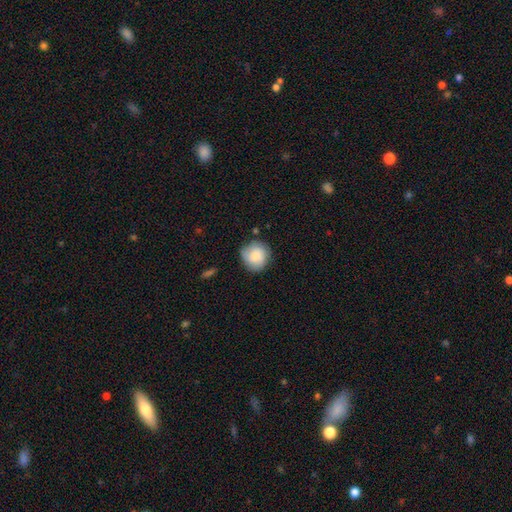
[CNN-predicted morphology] Overall: smooth (79%). How rounded: round (89%). Merging: none (75%).